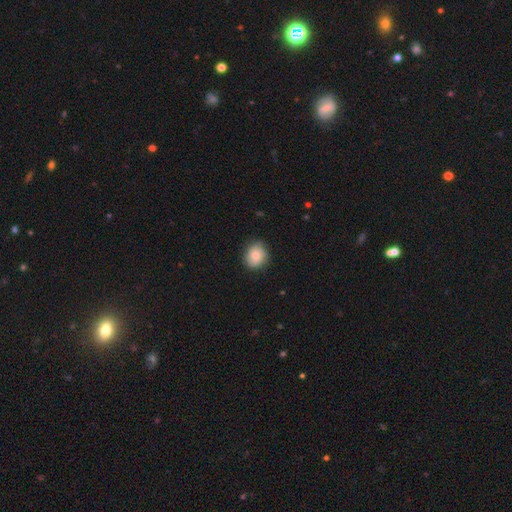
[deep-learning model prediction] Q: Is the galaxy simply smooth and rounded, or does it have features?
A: smooth — 72%.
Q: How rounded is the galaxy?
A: round — 73%.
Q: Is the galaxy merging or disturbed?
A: none — 80%.